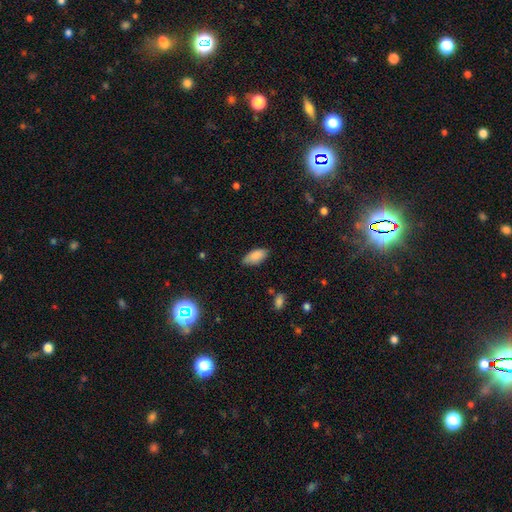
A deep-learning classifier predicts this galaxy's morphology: Overall: smooth (86%). How rounded: in between (91%). Merging: none (79%).